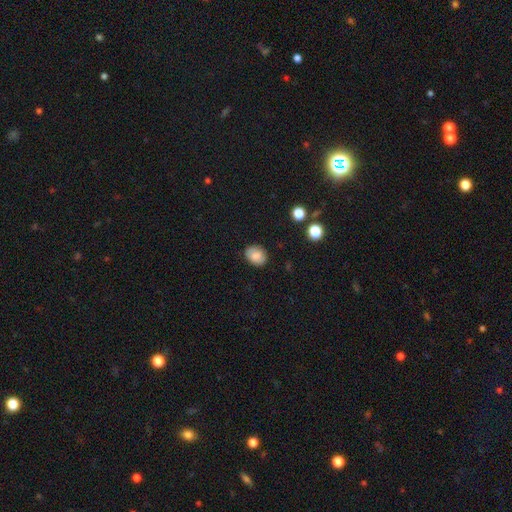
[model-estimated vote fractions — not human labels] A smooth galaxy with no disk features (80%) that is in between round and cigar-shaped (55%). Merging: none (84%).